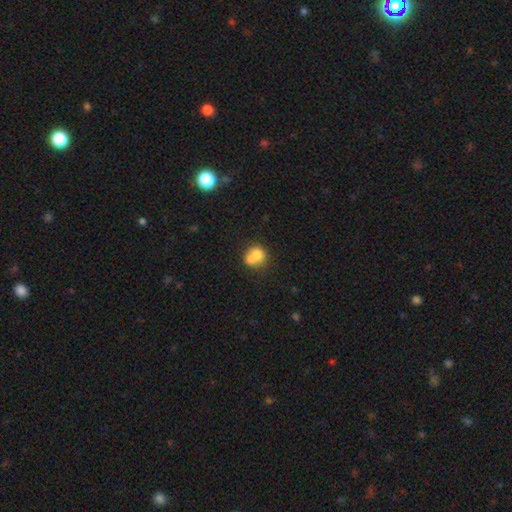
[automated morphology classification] This is likely a smooth galaxy (73%). How rounded: likely round (72%). Merging: possibly merger (52%).